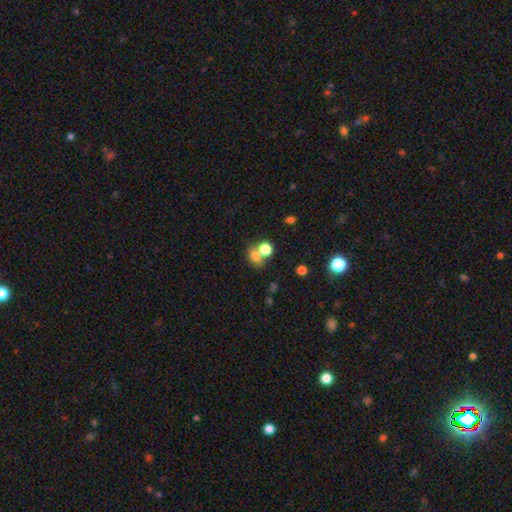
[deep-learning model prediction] Morphology: type=smooth (73%); roundness=round (53%); merging=merger (44%).